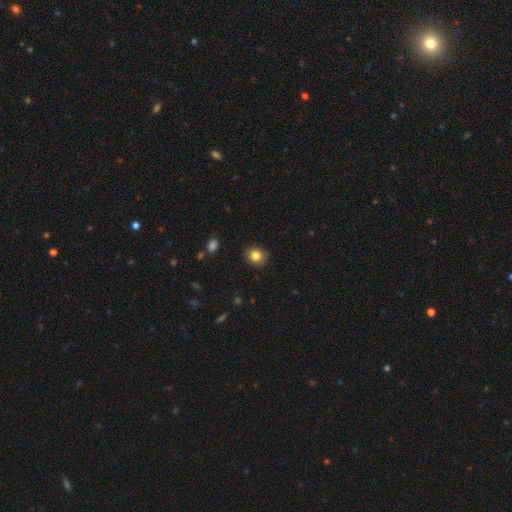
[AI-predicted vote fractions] smooth 83%, star or artifact 10%, featured or disk 7%. Down the decision tree: how rounded — round (72%); merging — none (87%).